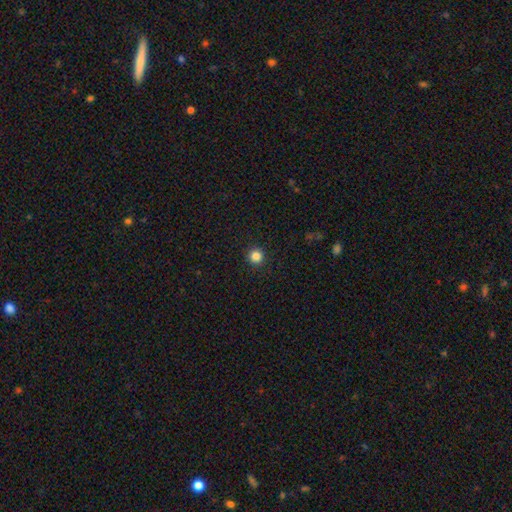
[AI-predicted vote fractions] smooth-or-featured: smooth: 84% | star or artifact: 12% | featured or disk: 4%
  how-rounded: round: 96% | in between: 3% | cigar-shaped: 1%
  merging: none: 93% | minor disturbance: 4% | major disturbance: 2% | merger: 1%